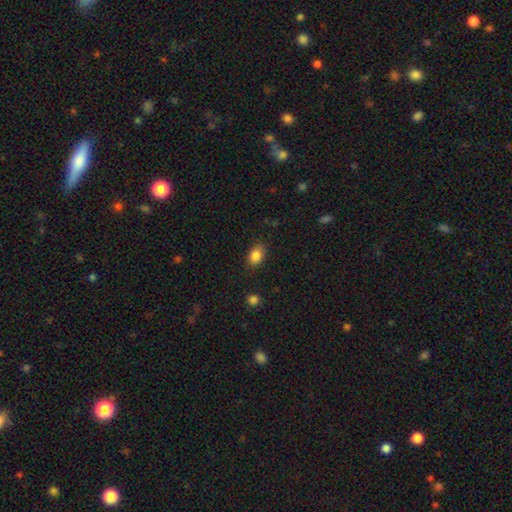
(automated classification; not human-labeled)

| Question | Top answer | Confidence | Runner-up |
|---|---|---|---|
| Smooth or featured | smooth | 86% | star or artifact (9%) |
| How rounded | in between | 78% | round (20%) |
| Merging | none | 82% | minor disturbance (14%) |